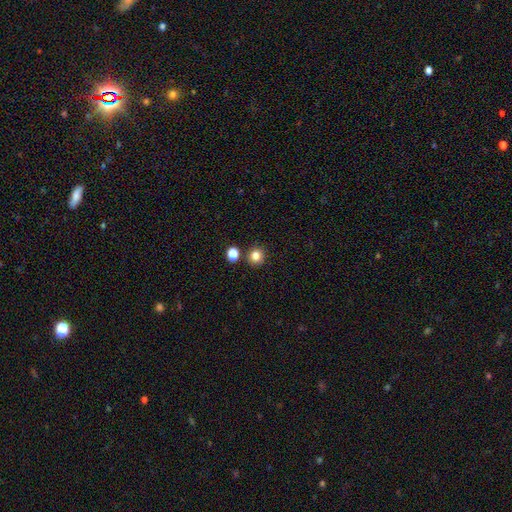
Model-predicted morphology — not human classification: smooth-or-featured: smooth: 82% | star or artifact: 13% | featured or disk: 6%
  how-rounded: round: 87% | in between: 12% | cigar-shaped: 1%
  merging: none: 82% | merger: 8% | minor disturbance: 8% | major disturbance: 2%